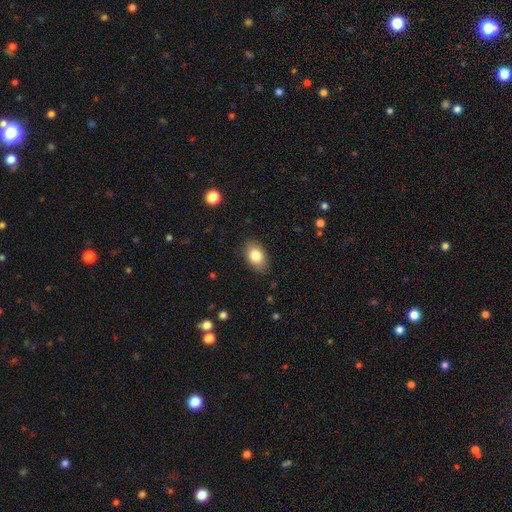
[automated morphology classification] Overall: smooth (83%). How rounded: in between (87%). Merging: none (85%).